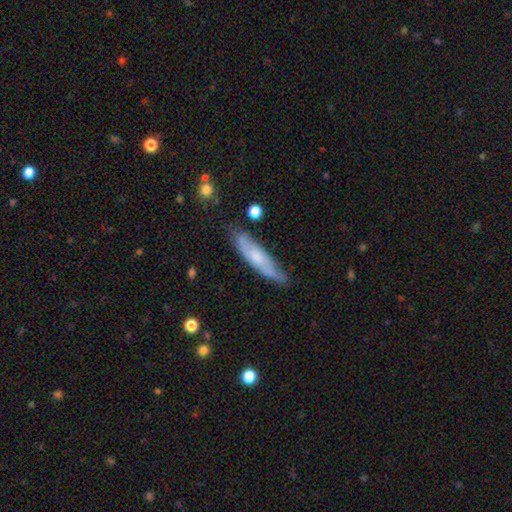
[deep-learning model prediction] This appears to be a smooth galaxy with no disk features (56%) that is cigar-shaped (77%). Merging: none (70%).